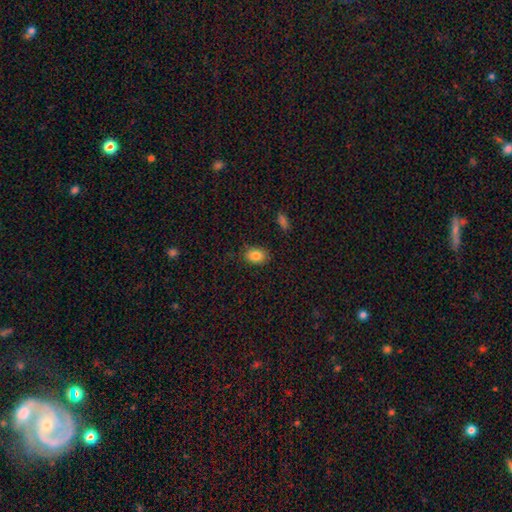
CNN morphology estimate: Smooth or featured? smooth (84%)
How rounded? in between (74%)
Merging? none (83%)